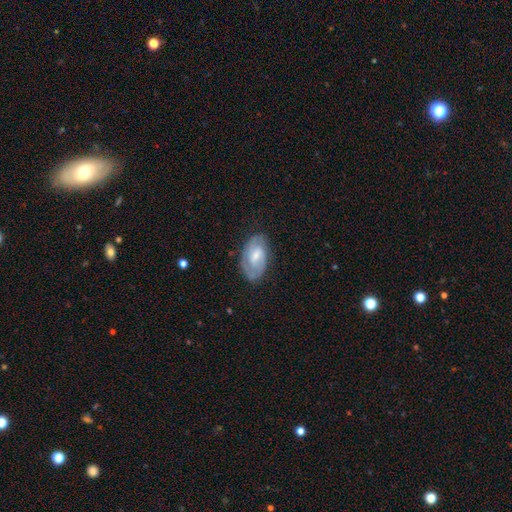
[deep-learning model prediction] featured or disk 68%, smooth 27%, star or artifact 6%. Down the decision tree: edge-on disk — no (95%); bar — weak (53%); spiral arms — yes (86%); spiral arm count — 2 (61%); spiral winding — tight (51%); bulge size — moderate (44%); merging — none (73%).